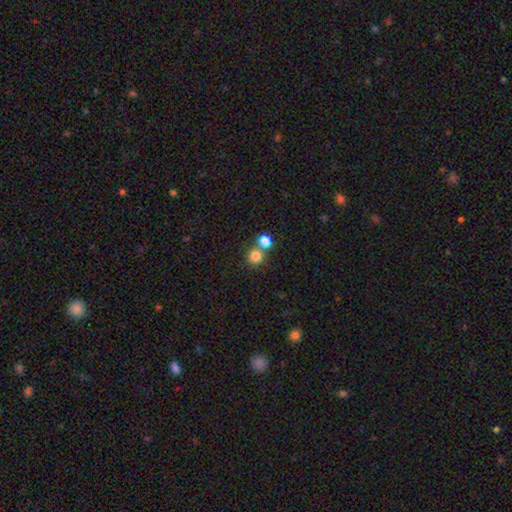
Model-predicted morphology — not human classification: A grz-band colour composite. It shows a smooth galaxy with no disk features (82%) that is round (91%). Merging: none (60%).